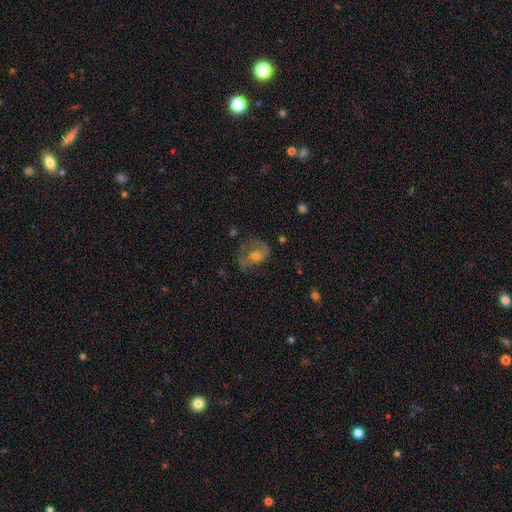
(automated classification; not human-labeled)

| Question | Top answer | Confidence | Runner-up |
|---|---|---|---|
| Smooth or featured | featured or disk | 58% | smooth (30%) |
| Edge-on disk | no | 96% | yes (4%) |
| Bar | no | 61% | weak (31%) |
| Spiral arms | yes | 72% | no (28%) |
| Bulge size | moderate | 60% | small (26%) |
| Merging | none | 51% | major disturbance (24%) |